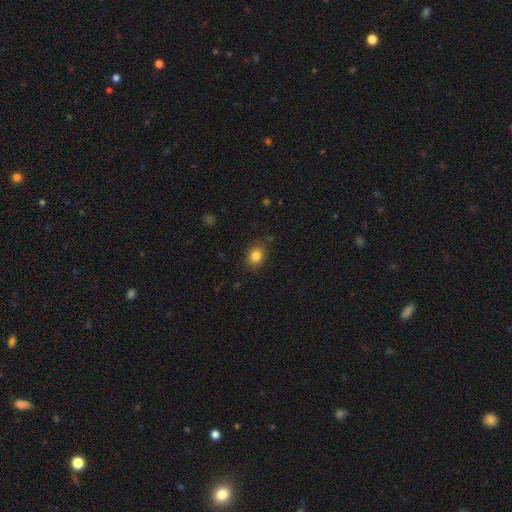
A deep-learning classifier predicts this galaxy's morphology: Smooth or featured?
  - smooth: 84% *
  - star or artifact: 10%
  - featured or disk: 6%
How rounded?
  - in between: 59% *
  - round: 40%
  - cigar-shaped: 1%
Merging?
  - none: 83% *
  - minor disturbance: 13%
  - major disturbance: 3%
  - merger: 1%